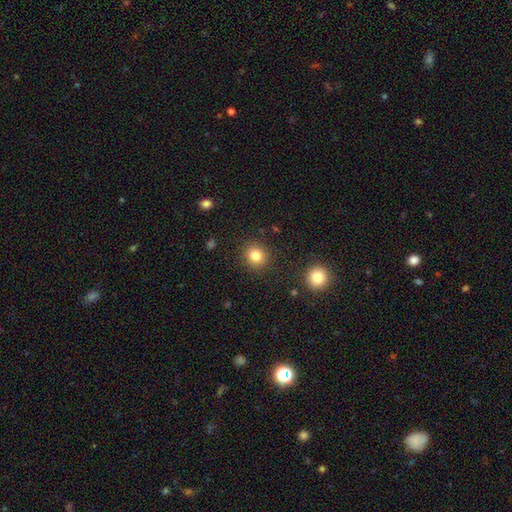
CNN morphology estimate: A smooth galaxy with no disk features (82%) that is round (84%).

Vote fractions:
- Smooth or featured? smooth: 82% / star or artifact: 12% / featured or disk: 7%
- How rounded? round: 84% / in between: 15% / cigar-shaped: 1%
- Merging? none: 89% / minor disturbance: 7% / major disturbance: 3% / merger: 2%